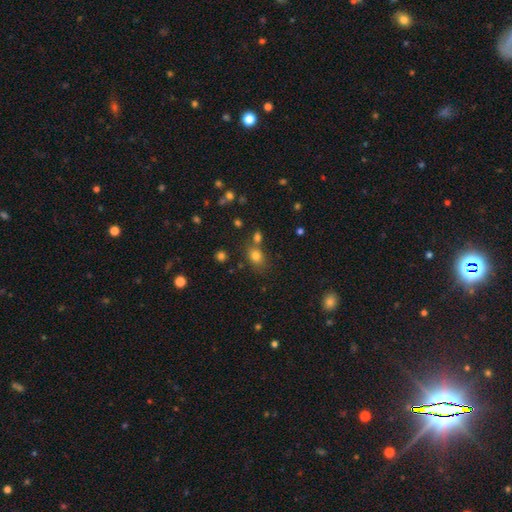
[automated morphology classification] This is likely a smooth galaxy (77%). How rounded: possibly in between (54%). Merging: likely none (62%).